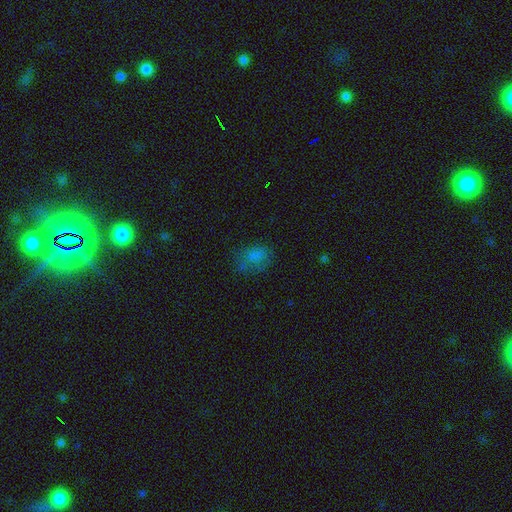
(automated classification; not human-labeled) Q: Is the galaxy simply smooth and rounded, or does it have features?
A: smooth — 71%.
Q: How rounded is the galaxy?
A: in between — 66%.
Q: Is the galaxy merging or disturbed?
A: none — 50%.